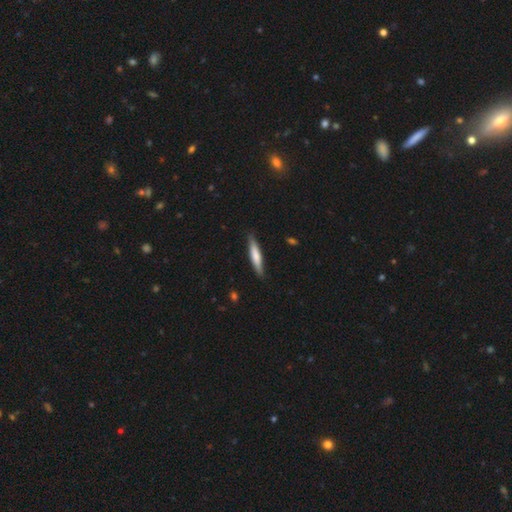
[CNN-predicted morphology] This appears to be a smooth galaxy with no disk features (66%) that is cigar-shaped (89%). Merging: none (87%).